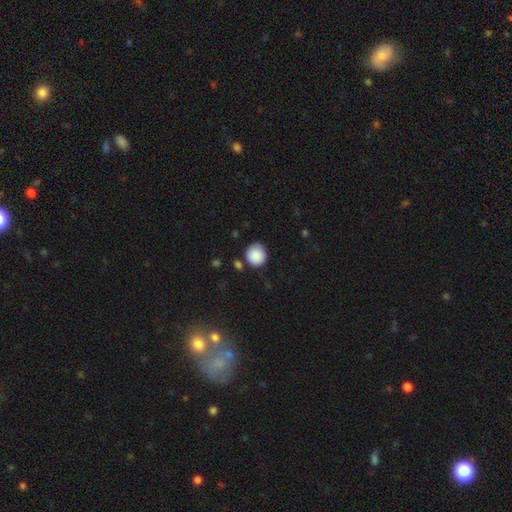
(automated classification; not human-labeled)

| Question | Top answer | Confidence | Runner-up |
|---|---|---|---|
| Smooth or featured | smooth | 89% | star or artifact (8%) |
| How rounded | round | 87% | in between (12%) |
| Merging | none | 80% | minor disturbance (12%) |